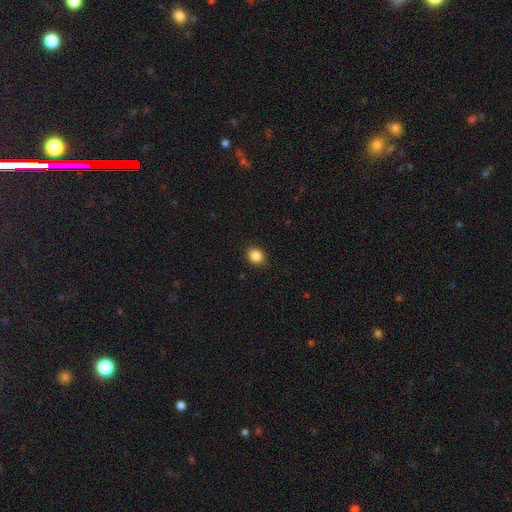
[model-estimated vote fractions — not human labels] Smooth or featured: smooth — 87% (star or artifact — 10%)
How rounded: round — 64% (in between — 35%)
Merging: none — 90% (minor disturbance — 7%)